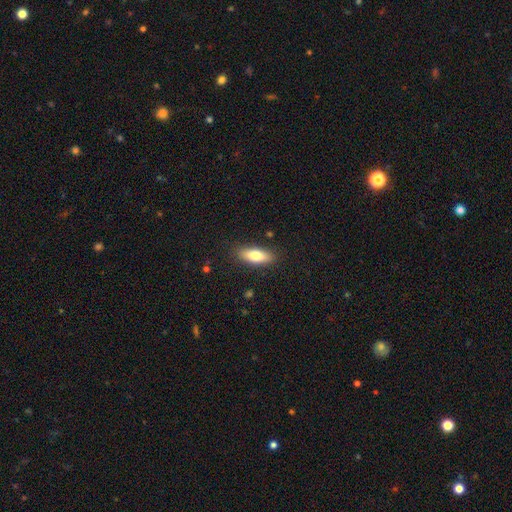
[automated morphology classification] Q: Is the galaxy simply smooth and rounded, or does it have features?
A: smooth — 76%.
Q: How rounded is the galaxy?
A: in between — 69%.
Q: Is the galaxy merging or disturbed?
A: none — 87%.